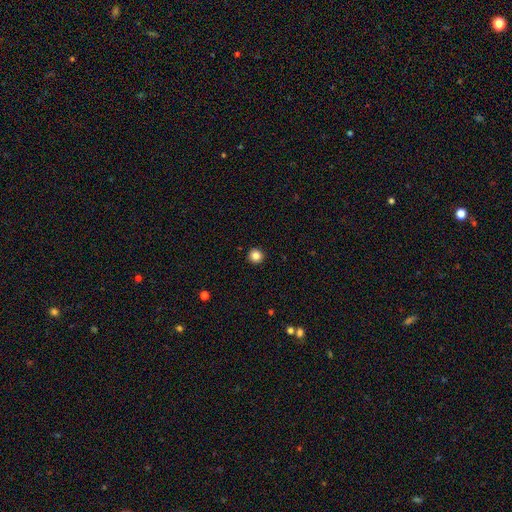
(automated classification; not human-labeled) This is clearly a smooth galaxy (84%). How rounded: clearly round (96%). Merging: clearly none (94%).